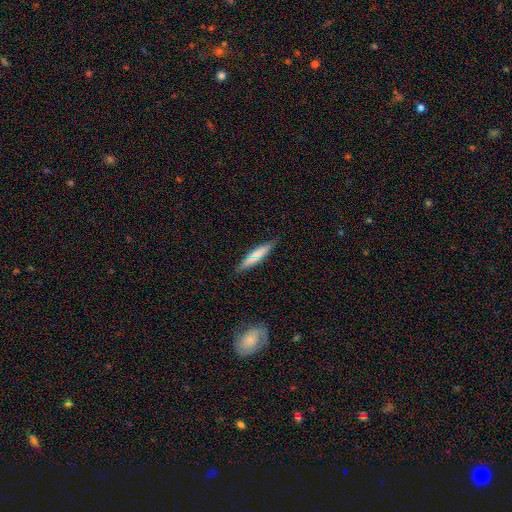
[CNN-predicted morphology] A smooth galaxy with no disk features (65%) that is cigar-shaped (83%). Merging: none (84%).